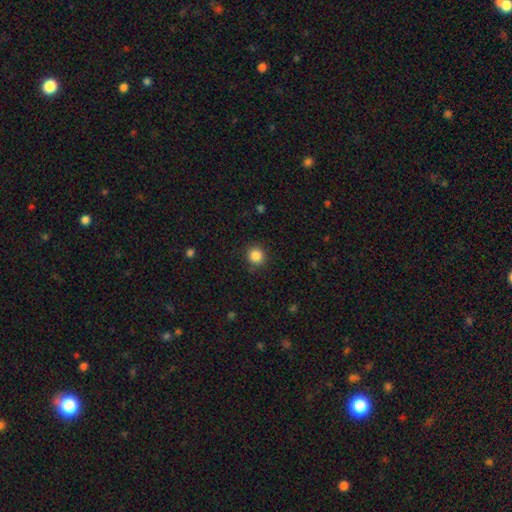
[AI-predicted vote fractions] This is clearly a smooth galaxy (86%). How rounded: clearly round (91%). Merging: clearly none (88%).